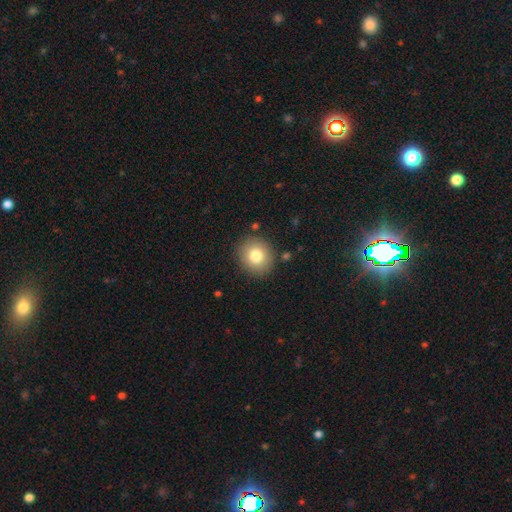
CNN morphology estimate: Smooth or featured: smooth — 79% (featured or disk — 11%)
How rounded: round — 83% (in between — 16%)
Merging: none — 87% (minor disturbance — 8%)